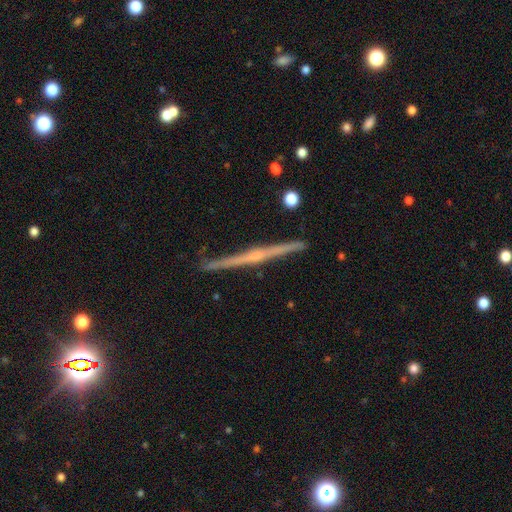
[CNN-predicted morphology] Smooth or featured?
  - featured or disk: 82% *
  - smooth: 11%
  - star or artifact: 6%
Edge-on disk?
  - yes: 98% *
  - no: 2%
Edge-on bulge?
  - rounded: 64% *
  - none: 27%
  - boxy: 9%
Merging?
  - none: 90% *
  - minor disturbance: 7%
  - major disturbance: 1%
  - merger: 1%